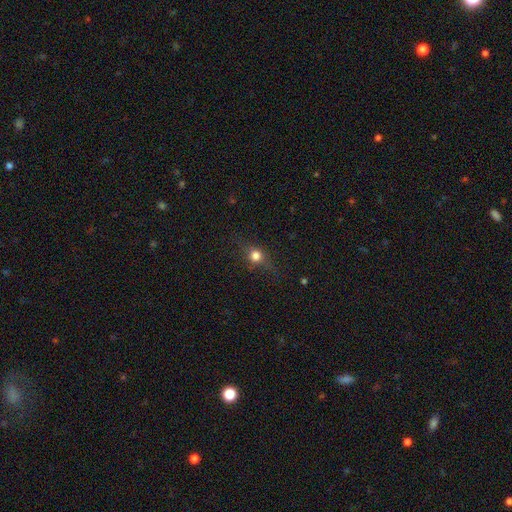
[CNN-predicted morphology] This is likely a smooth galaxy (63%). How rounded: likely round (70%). Merging: likely none (77%).